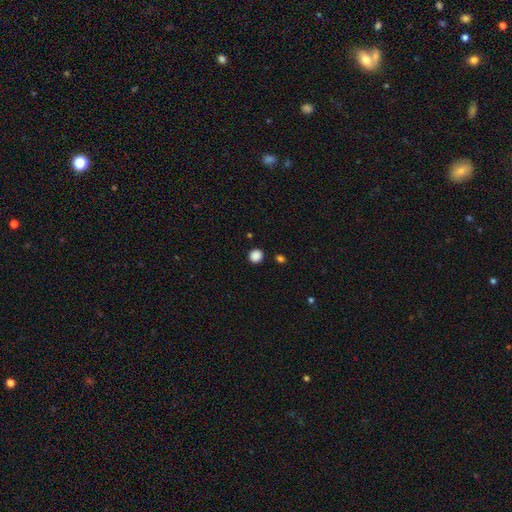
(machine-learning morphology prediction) Smooth or featured?
  - smooth: 87% *
  - star or artifact: 10%
  - featured or disk: 3%
How rounded?
  - round: 90% *
  - in between: 9%
  - cigar-shaped: 1%
Merging?
  - none: 90% *
  - minor disturbance: 6%
  - merger: 2%
  - major disturbance: 2%